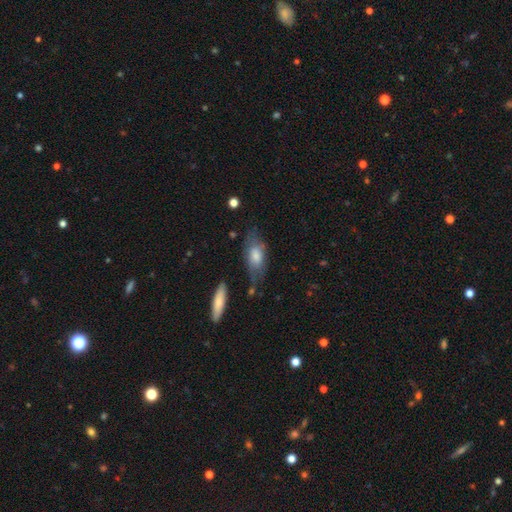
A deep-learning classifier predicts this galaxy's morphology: The model was most divided on "merging": none: 58%, minor disturbance: 26%, major disturbance: 12%, merger: 4%. More confident: how rounded — in between (82%); smooth or featured — smooth (68%).